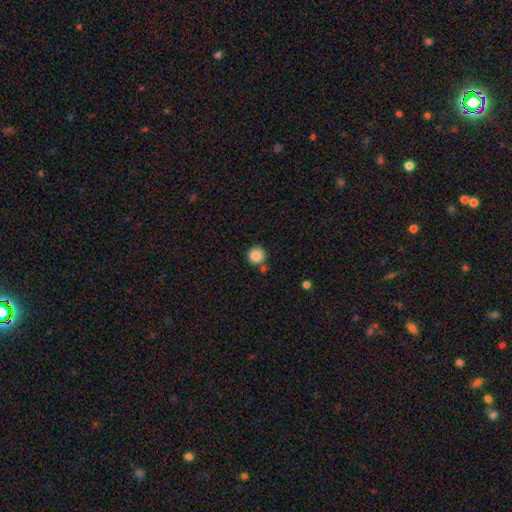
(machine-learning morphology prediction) The model was most divided on "merging": none: 79%, minor disturbance: 10%, merger: 9%, major disturbance: 3%. More confident: how rounded — round (95%); smooth or featured — smooth (87%).